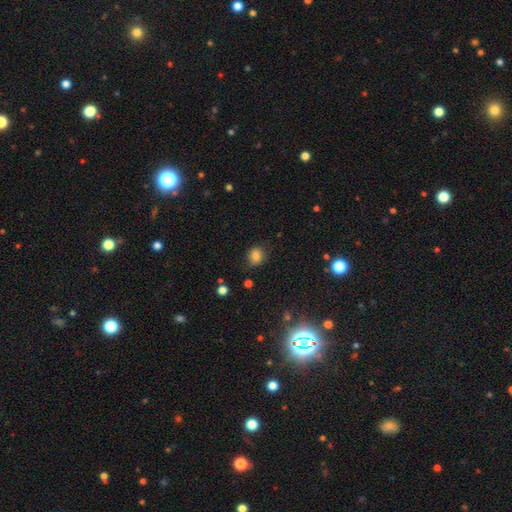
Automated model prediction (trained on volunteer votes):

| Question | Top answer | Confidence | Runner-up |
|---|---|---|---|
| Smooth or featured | smooth | 81% | star or artifact (13%) |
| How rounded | round | 59% | in between (40%) |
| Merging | none | 76% | minor disturbance (18%) |